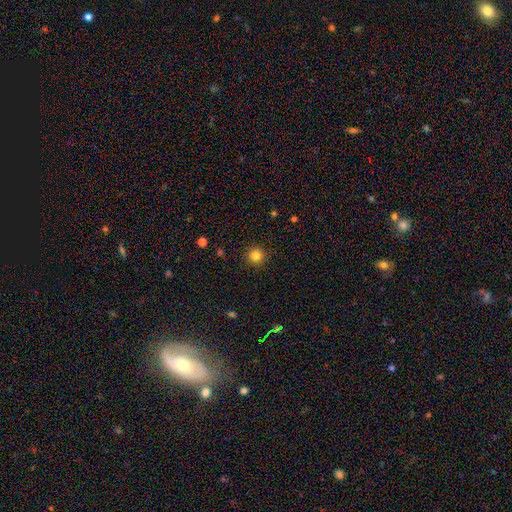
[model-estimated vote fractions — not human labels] smooth 82%, star or artifact 13%, featured or disk 5%. Down the decision tree: how rounded — round (95%); merging — none (92%).